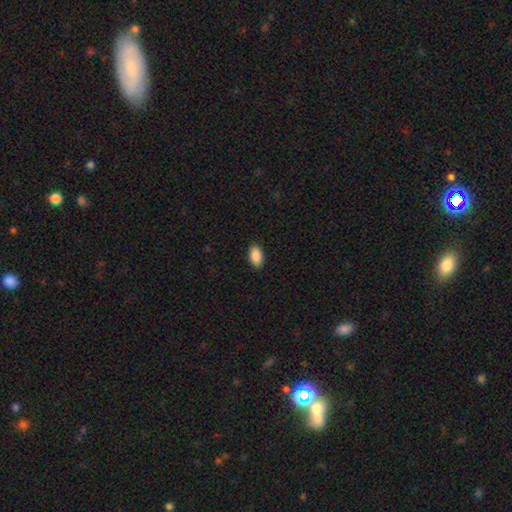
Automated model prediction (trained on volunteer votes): A smooth galaxy with no disk features (89%) that is in between round and cigar-shaped (93%). Merging: none (89%).